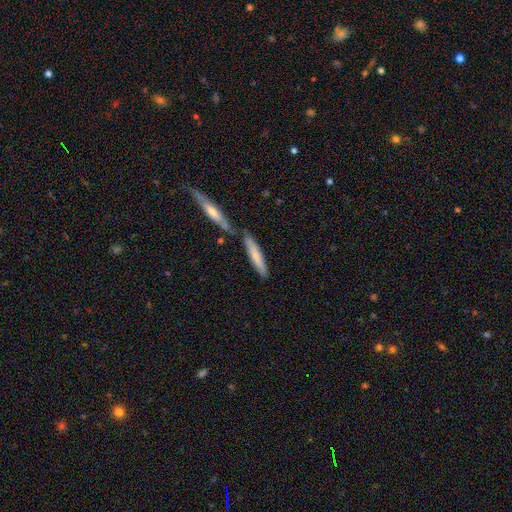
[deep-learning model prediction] Smooth or featured? Predicted: smooth (p=0.72). How rounded? Predicted: cigar-shaped (p=0.88). Merging? Predicted: none (p=0.63).